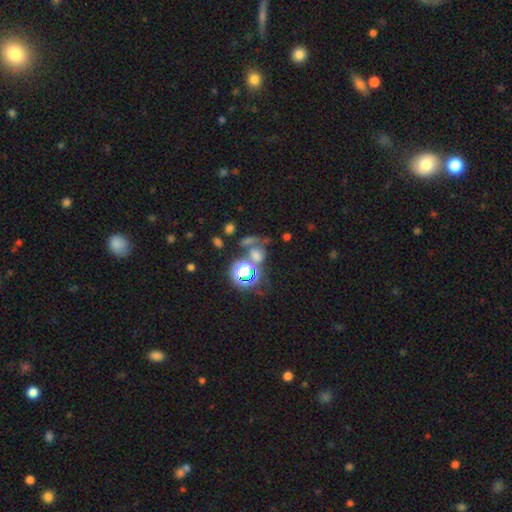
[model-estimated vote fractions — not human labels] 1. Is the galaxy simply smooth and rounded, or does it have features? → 48% smooth, 40% star or artifact, 13% featured or disk.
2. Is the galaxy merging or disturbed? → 44% none, 30% merger, 13% major disturbance, 13% minor disturbance.